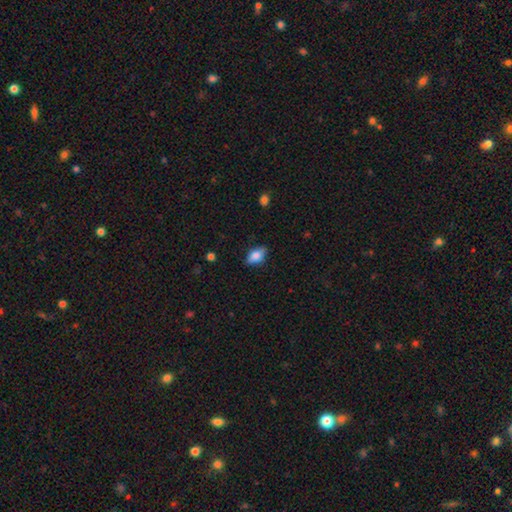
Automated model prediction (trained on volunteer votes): Smooth or featured?
  - smooth: 72% *
  - featured or disk: 20%
  - star or artifact: 8%
How rounded?
  - in between: 86% *
  - round: 8%
  - cigar-shaped: 6%
Merging?
  - none: 81% *
  - minor disturbance: 15%
  - major disturbance: 3%
  - merger: 1%